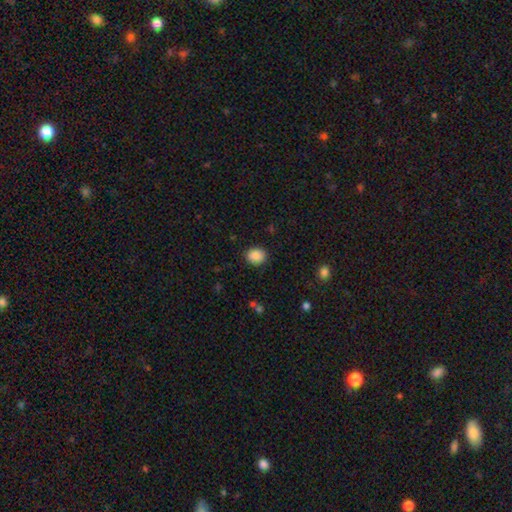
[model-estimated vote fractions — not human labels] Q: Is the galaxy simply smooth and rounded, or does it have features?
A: smooth — 87%.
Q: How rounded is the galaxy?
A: round — 63%.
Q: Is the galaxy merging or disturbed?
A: none — 88%.